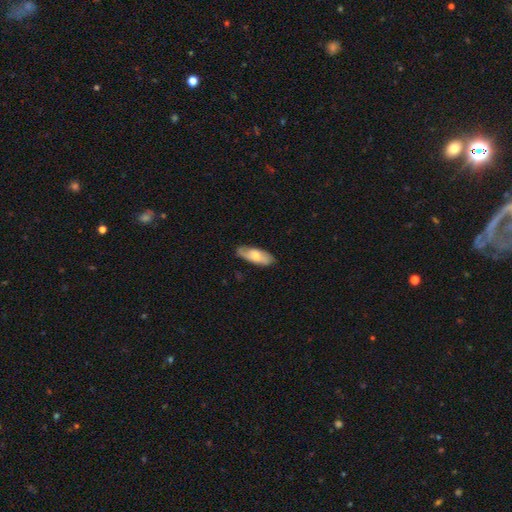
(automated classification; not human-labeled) smooth 55%, featured or disk 39%, star or artifact 6%. Down the decision tree: how rounded — in between (77%); merging — none (77%).